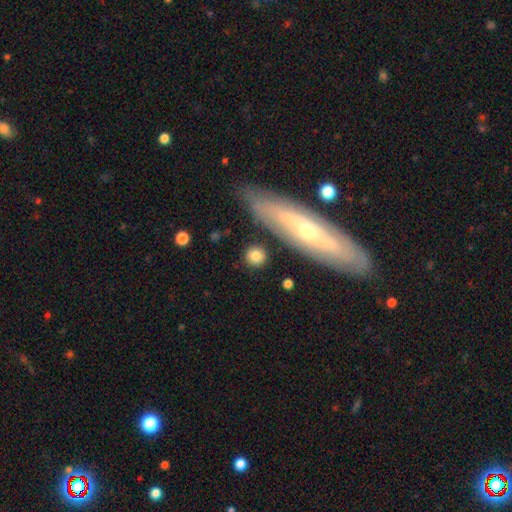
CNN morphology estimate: smooth-or-featured: smooth: 80% | featured or disk: 12% | star or artifact: 8%
  how-rounded: round: 85% | in between: 11% | cigar-shaped: 4%
  merging: none: 85% | minor disturbance: 8% | merger: 4% | major disturbance: 3%